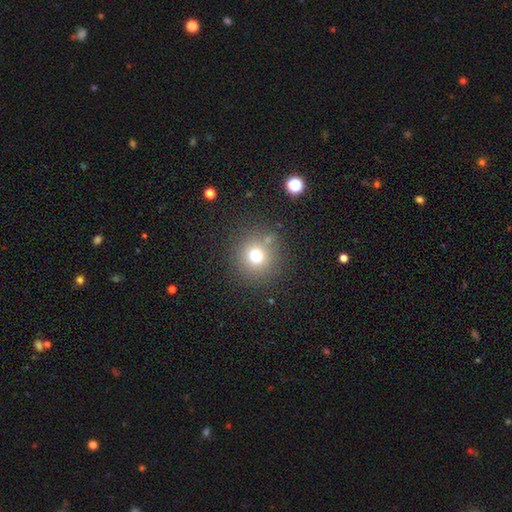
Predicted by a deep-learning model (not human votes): A smooth galaxy with no disk features (76%) that is round (92%). Merging: none (80%).